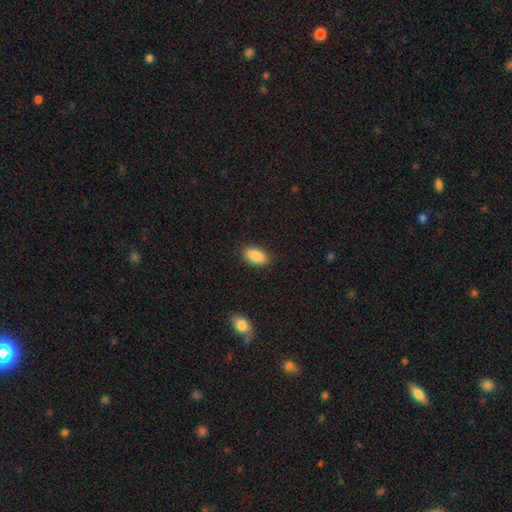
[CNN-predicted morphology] A smooth galaxy with no disk features (88%) that is in between round and cigar-shaped (93%).

Vote fractions:
- Smooth or featured? smooth: 88% / star or artifact: 7% / featured or disk: 5%
- How rounded? in between: 93% / round: 4% / cigar-shaped: 3%
- Merging? none: 88% / minor disturbance: 9% / major disturbance: 2% / merger: 1%